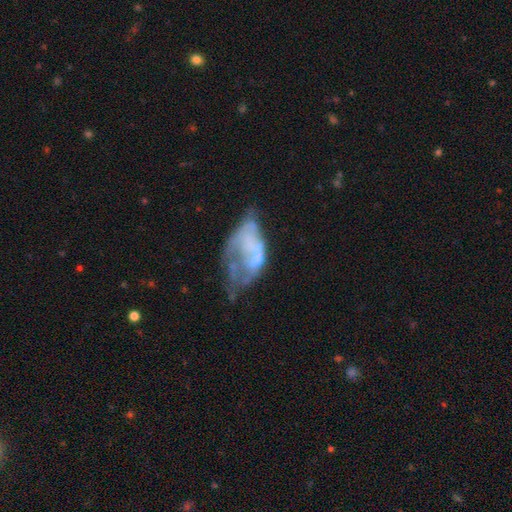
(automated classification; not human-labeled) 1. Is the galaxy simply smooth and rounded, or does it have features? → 60% featured or disk, 29% smooth, 11% star or artifact.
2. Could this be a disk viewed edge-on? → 97% no, 3% yes.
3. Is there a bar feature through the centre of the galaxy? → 86% no, 11% weak, 3% strong.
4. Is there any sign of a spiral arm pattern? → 84% no, 16% yes.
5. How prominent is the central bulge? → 60% none, 19% small, 16% moderate, 4% large, 1% dominant.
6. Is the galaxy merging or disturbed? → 43% major disturbance, 21% none, 20% minor disturbance, 15% merger.